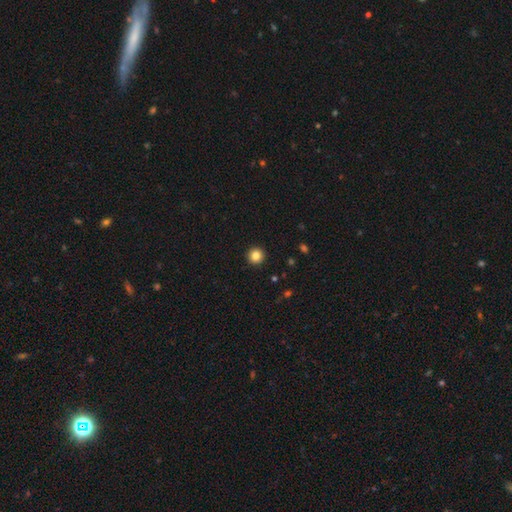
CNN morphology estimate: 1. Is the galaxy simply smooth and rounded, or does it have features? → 84% smooth, 11% star or artifact, 5% featured or disk.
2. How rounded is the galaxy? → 96% round, 3% in between, 1% cigar-shaped.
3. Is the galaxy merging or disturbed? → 94% none, 4% minor disturbance, 1% major disturbance, 1% merger.